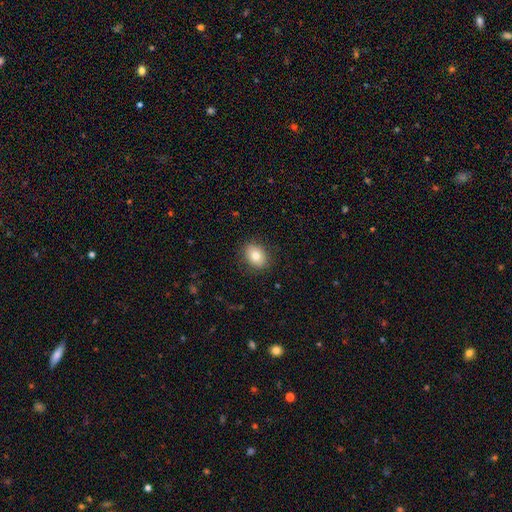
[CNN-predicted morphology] Smooth or featured?
  - smooth: 80% *
  - featured or disk: 11%
  - star or artifact: 9%
How rounded?
  - in between: 70% *
  - round: 29%
  - cigar-shaped: 1%
Merging?
  - none: 88% *
  - minor disturbance: 9%
  - major disturbance: 2%
  - merger: 1%